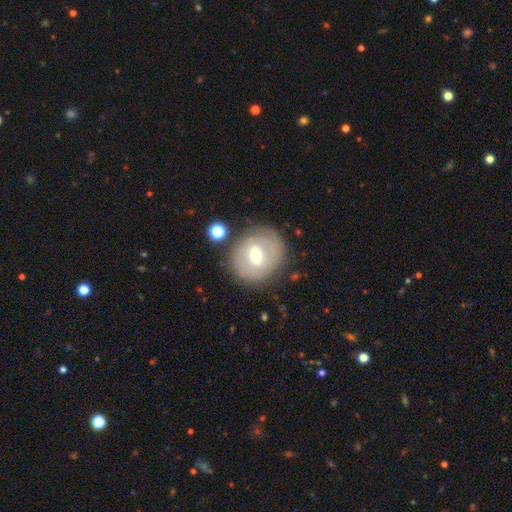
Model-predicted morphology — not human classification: Smooth or featured: featured or disk — 50% (smooth — 41%)
Merging: none — 76% (minor disturbance — 15%)